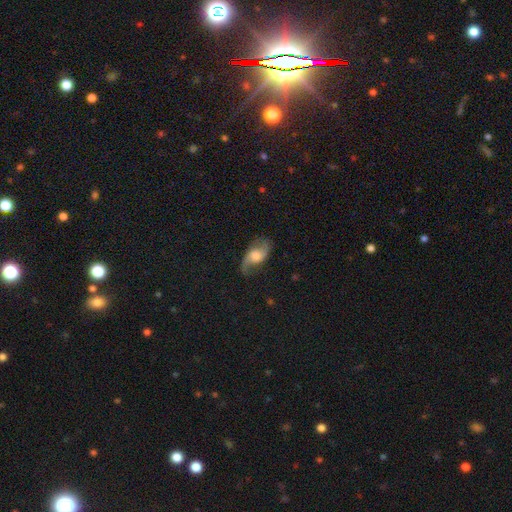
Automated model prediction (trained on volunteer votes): The model was most divided on "bulge size": moderate: 42%, large: 29%, small: 17%, none: 8%, dominant: 3%. More confident: edge-on disk — no (95%); spiral arms — yes (94%); spiral arm count — 2 (88%); smooth or featured — featured or disk (75%); merging — none (71%); spiral winding — loose (69%); bar — no (56%).